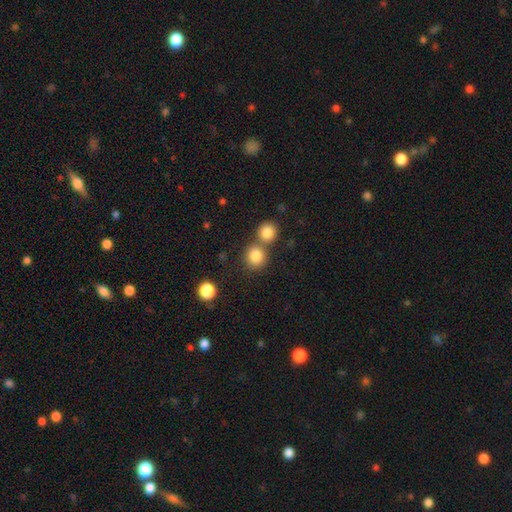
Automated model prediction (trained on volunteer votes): Morphology: type=smooth (83%); roundness=round (87%); merging=none (59%).